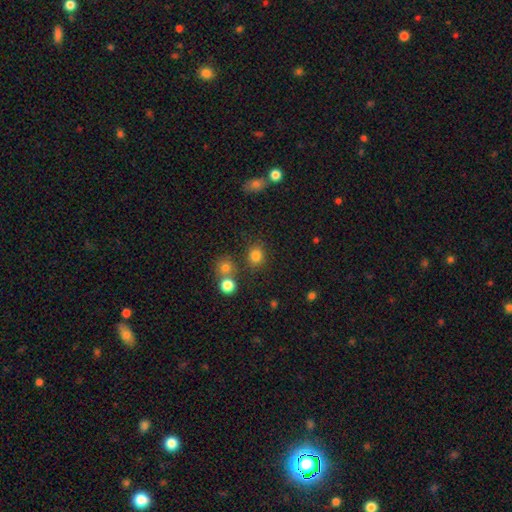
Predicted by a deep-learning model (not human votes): smooth_or_featured: smooth (p=0.81) [alt: star or artifact p=0.14]
how_rounded: round (p=0.74) [alt: in between p=0.25]
merging: none (p=0.77) [alt: minor disturbance p=0.10]